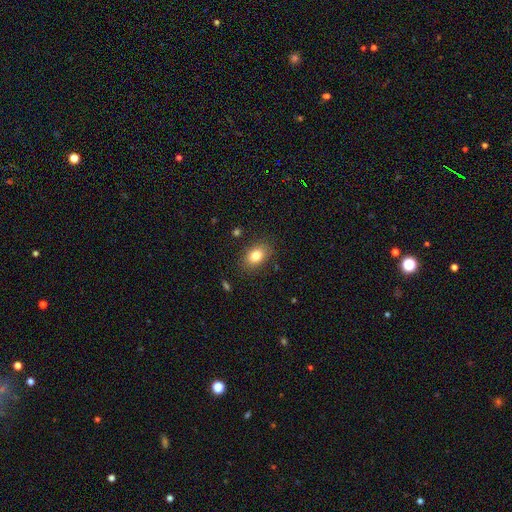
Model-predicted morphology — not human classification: Smooth or featured? smooth (81%)
How rounded? in between (80%)
Merging? none (85%)